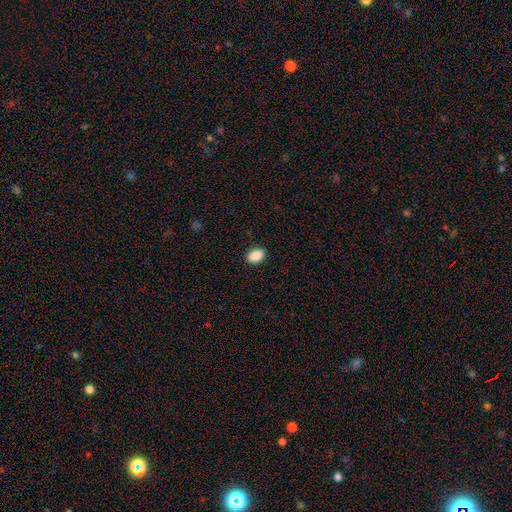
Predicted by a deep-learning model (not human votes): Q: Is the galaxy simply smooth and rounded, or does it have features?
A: smooth — 90%.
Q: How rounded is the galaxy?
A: in between — 89%.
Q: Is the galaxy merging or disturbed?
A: none — 90%.